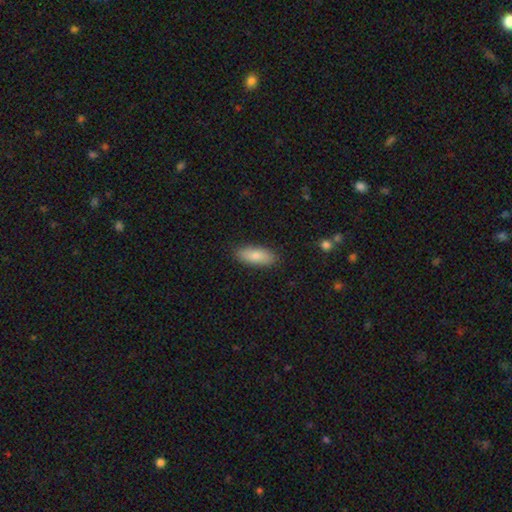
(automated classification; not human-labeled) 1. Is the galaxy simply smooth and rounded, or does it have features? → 83% smooth, 11% featured or disk, 6% star or artifact.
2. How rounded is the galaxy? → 79% in between, 19% cigar-shaped, 2% round.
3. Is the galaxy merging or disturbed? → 87% none, 10% minor disturbance, 2% major disturbance, 1% merger.